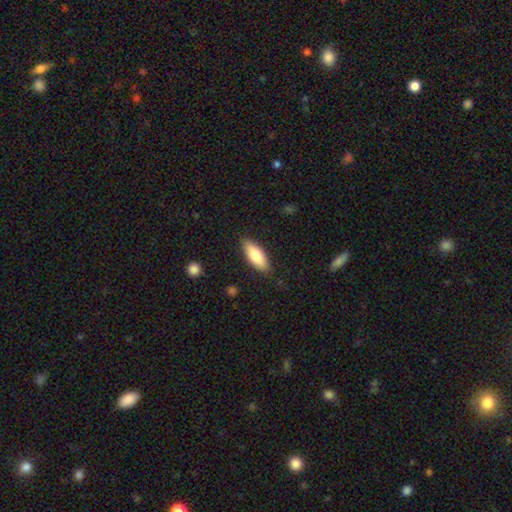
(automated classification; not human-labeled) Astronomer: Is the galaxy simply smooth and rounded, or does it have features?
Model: smooth — 79%.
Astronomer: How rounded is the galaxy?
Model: in between — 73%.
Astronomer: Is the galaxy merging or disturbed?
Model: none — 86%.